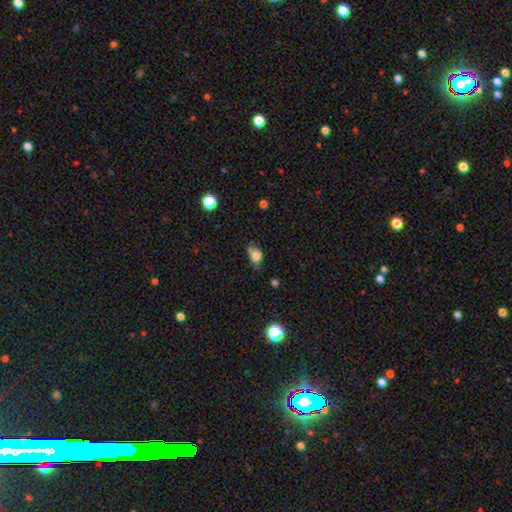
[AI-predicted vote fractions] This is likely a smooth galaxy (75%). How rounded: likely in between (69%). Merging: possibly none (46%).